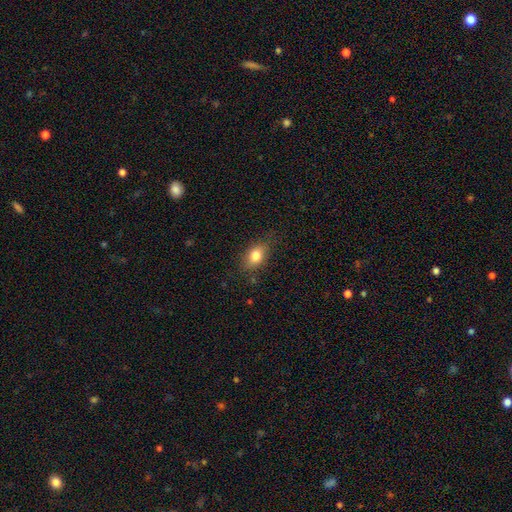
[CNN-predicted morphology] This is likely a smooth galaxy (80%). How rounded: likely in between (77%). Merging: likely none (78%).